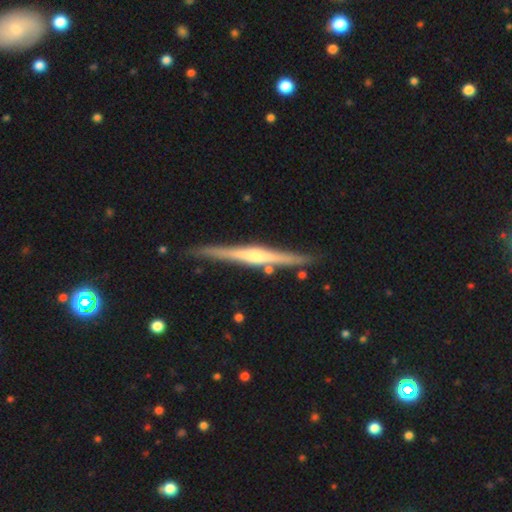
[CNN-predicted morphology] type=featured or disk (75%); edge-on=yes (98%); edge-on bulge=rounded (75%); merging=none (85%).